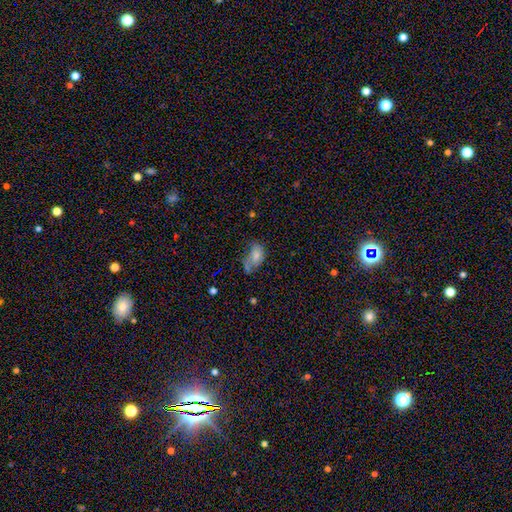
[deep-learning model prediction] Smooth or featured? smooth (73%)
How rounded? in between (89%)
Merging? none (36%)